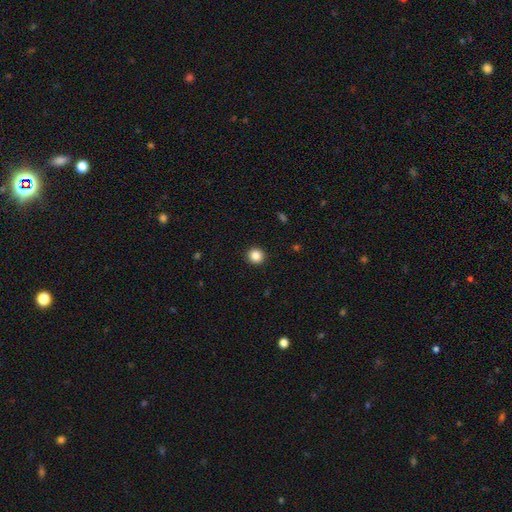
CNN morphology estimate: Smooth or featured: smooth — 86% (star or artifact — 10%)
How rounded: round — 93% (in between — 6%)
Merging: none — 93% (minor disturbance — 4%)